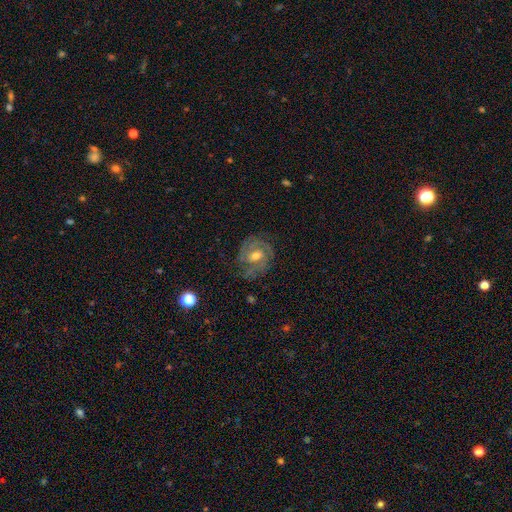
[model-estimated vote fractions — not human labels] smooth_or_featured: featured or disk (p=0.83) [alt: smooth p=0.10]
disk_edge_on: no (p=0.97) [alt: yes p=0.03]
bar: weak (p=0.47) [alt: no p=0.38]
has_spiral_arms: yes (p=0.95) [alt: no p=0.05]
spiral_winding: tight (p=0.59) [alt: medium p=0.34]
spiral_arm_count: 2 (p=0.62) [alt: 3 p=0.15]
bulge_size: moderate (p=0.69) [alt: small p=0.25]
merging: none (p=0.75) [alt: minor disturbance p=0.17]